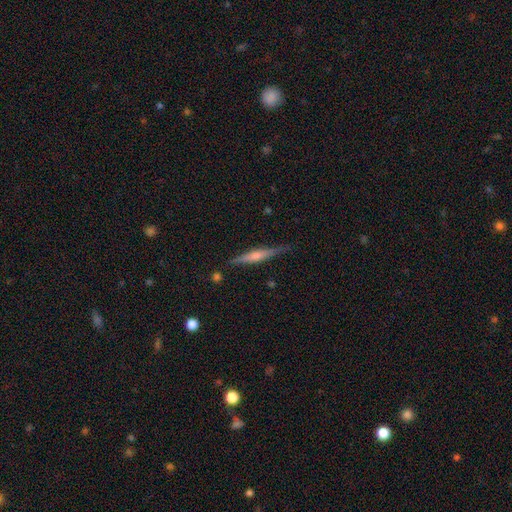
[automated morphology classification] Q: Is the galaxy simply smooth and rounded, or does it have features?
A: featured or disk — 69%.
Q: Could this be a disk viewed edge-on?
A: yes — 97%.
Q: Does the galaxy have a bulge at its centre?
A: rounded — 66%.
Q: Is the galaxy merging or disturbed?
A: none — 85%.